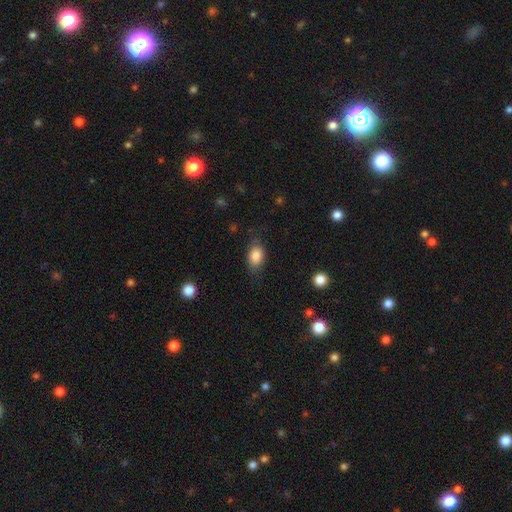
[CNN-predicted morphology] smooth 84%, featured or disk 9%, star or artifact 7%. Down the decision tree: how rounded — in between (85%); merging — none (70%).